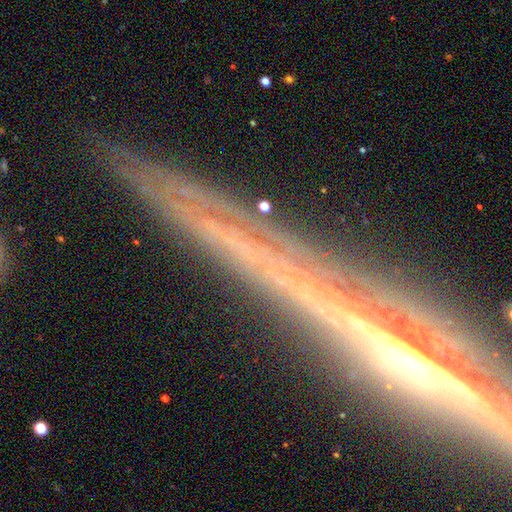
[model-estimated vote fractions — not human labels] Smooth or featured? featured or disk (71%)
Edge-on disk? yes (90%)
Edge-on bulge? rounded (45%)
Merging? none (85%)